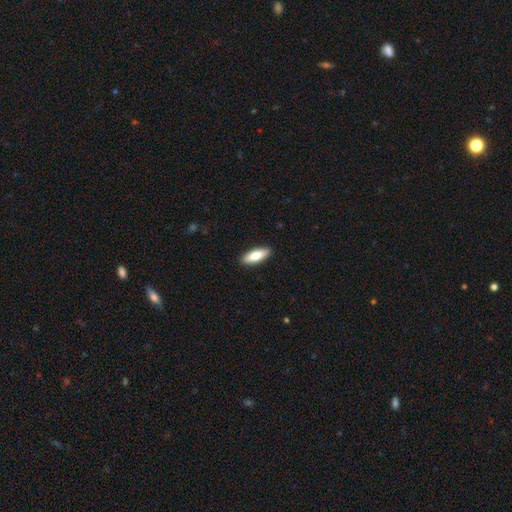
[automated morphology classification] Smooth or featured? smooth (78%)
How rounded? in between (61%)
Merging? none (91%)